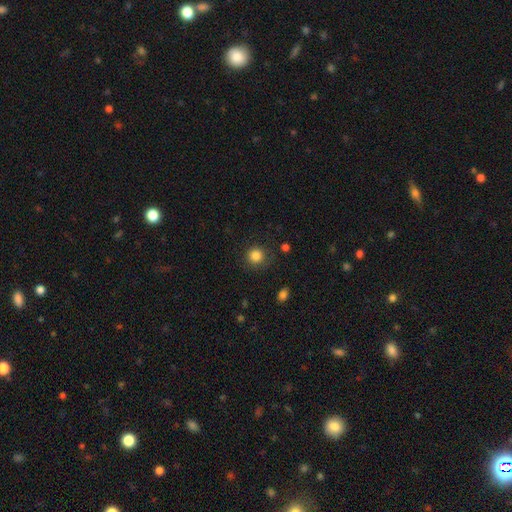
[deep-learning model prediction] A smooth galaxy with no disk features (84%) that is round (93%).

Vote fractions:
- Smooth or featured? smooth: 84% / star or artifact: 11% / featured or disk: 5%
- How rounded? round: 93% / in between: 6% / cigar-shaped: 1%
- Merging? none: 84% / minor disturbance: 11% / major disturbance: 4% / merger: 2%